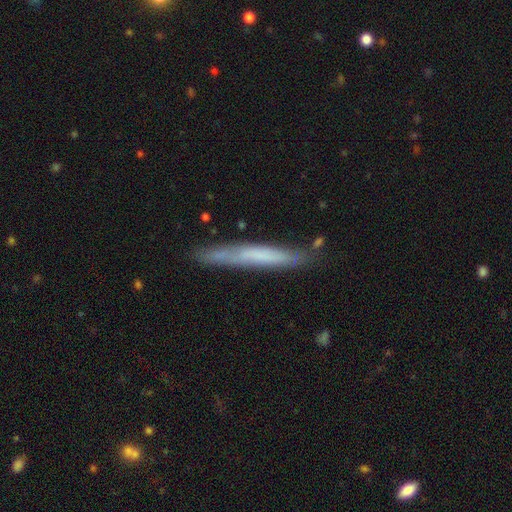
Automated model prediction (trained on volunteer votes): Smooth or featured? smooth (51%)
How rounded? cigar-shaped (96%)
Merging? none (78%)